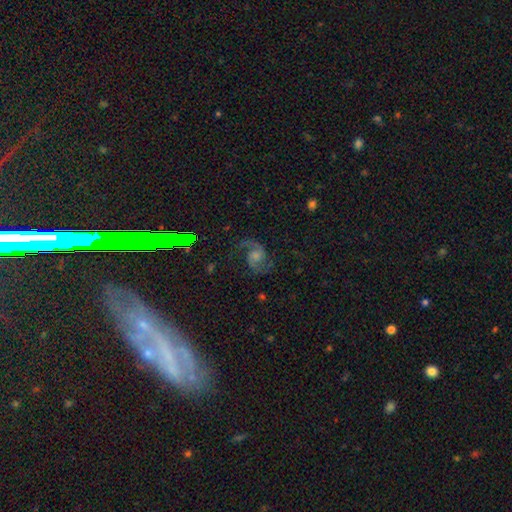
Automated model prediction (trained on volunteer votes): Morphology: type=featured or disk (83%); edge-on=no (98%); bar=no (59%); spiral arms=yes (97%); winding=medium (53%); arm count=2 (91%); bulge=moderate (43%); merging=none (74%).